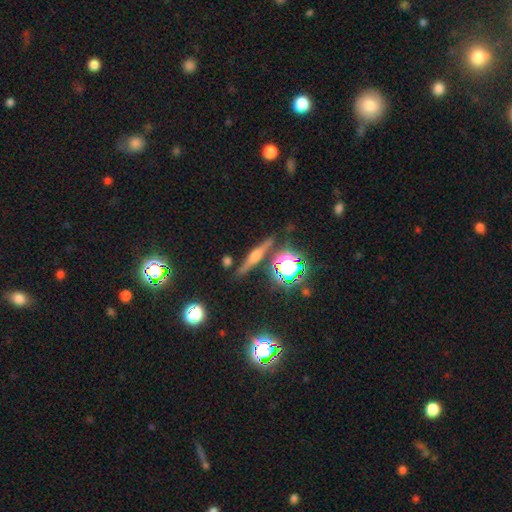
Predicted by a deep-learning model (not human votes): Smooth or featured?
  - featured or disk: 65% *
  - smooth: 21%
  - star or artifact: 14%
Edge-on disk?
  - yes: 95% *
  - no: 5%
Edge-on bulge?
  - rounded: 82% *
  - boxy: 12%
  - none: 6%
Merging?
  - none: 82% *
  - minor disturbance: 11%
  - merger: 4%
  - major disturbance: 3%